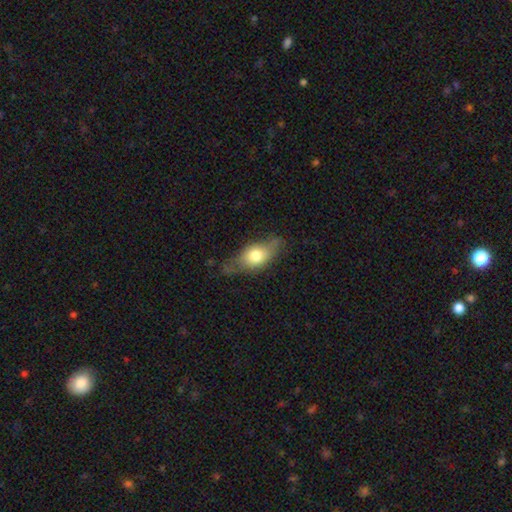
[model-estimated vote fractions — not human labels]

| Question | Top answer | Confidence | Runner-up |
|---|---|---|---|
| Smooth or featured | smooth | 63% | featured or disk (30%) |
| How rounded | in between | 76% | cigar-shaped (13%) |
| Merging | none | 53% | minor disturbance (32%) |